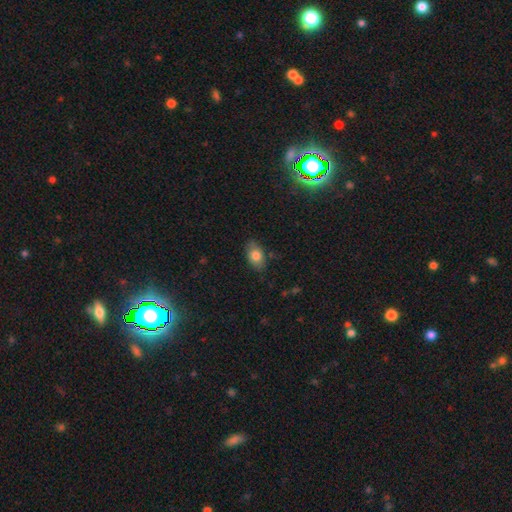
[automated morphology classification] Overall: smooth (79%). How rounded: in between (89%). Merging: none (81%).